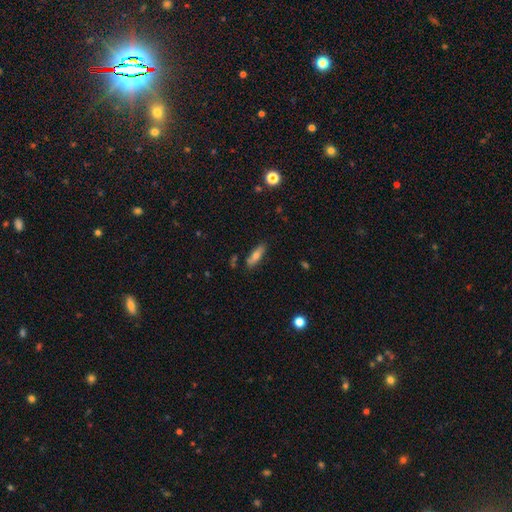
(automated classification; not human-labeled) Overall: smooth (64%; featured or disk 27%). How rounded: cigar-shaped (53%; in between 44%). Merging: none (83%).